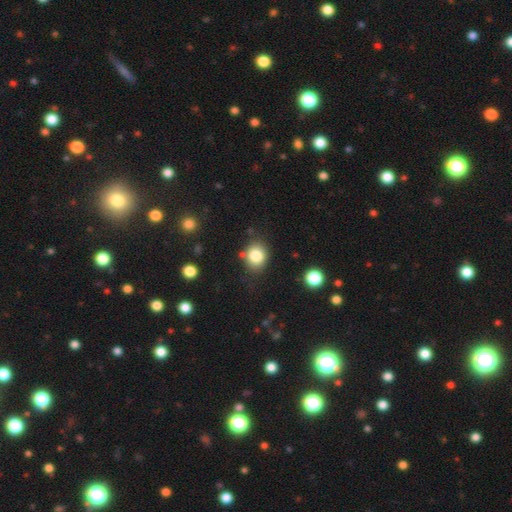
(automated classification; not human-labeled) Q: Smooth or featured?
A: smooth (82%); runner-up: star or artifact (10%)
Q: How rounded?
A: round (62%); runner-up: in between (37%)
Q: Merging?
A: none (76%); runner-up: minor disturbance (14%)